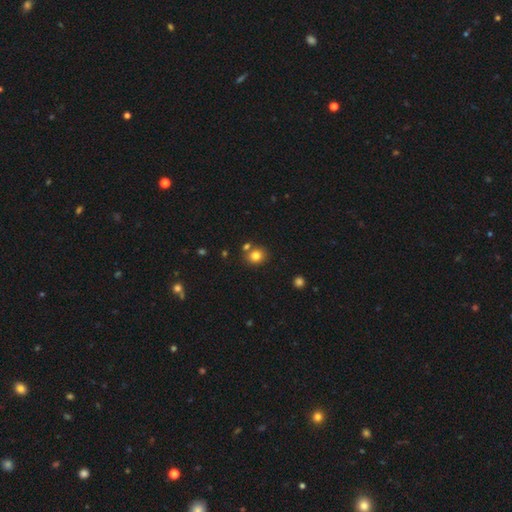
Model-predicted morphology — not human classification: This is clearly a smooth galaxy (80%). How rounded: likely round (78%). Merging: likely none (73%).